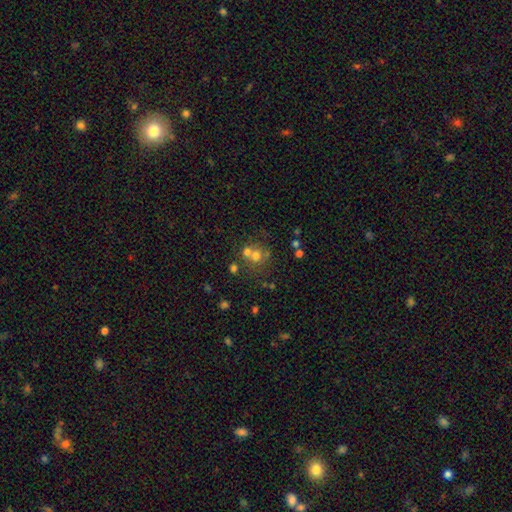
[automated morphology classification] Q: Smooth or featured?
A: smooth (62%); runner-up: featured or disk (19%)
Q: How rounded?
A: round (83%); runner-up: in between (16%)
Q: Merging?
A: none (46%); runner-up: merger (41%)